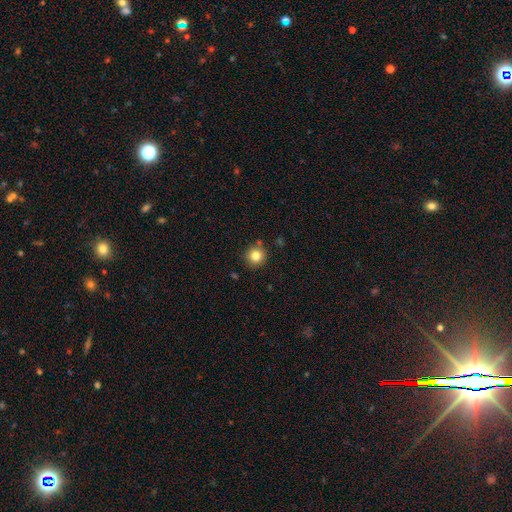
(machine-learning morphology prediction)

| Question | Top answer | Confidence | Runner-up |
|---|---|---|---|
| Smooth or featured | smooth | 82% | star or artifact (11%) |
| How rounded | round | 94% | in between (5%) |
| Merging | none | 86% | minor disturbance (8%) |